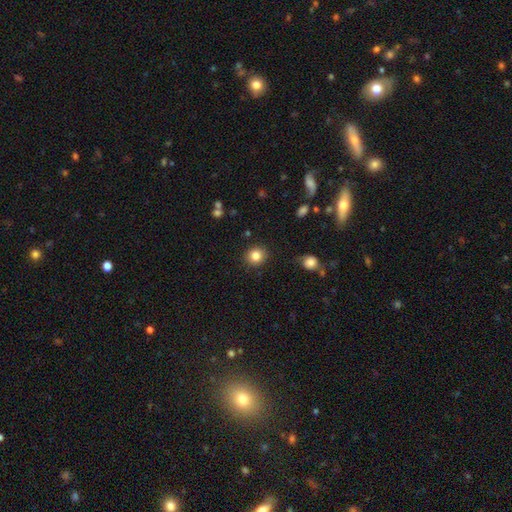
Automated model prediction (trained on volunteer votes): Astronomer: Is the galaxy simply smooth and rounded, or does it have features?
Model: smooth — 84%.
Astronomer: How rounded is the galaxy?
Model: round — 85%.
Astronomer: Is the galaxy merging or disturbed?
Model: none — 89%.